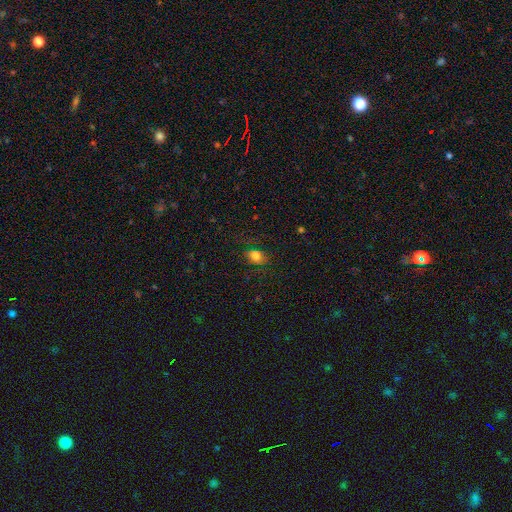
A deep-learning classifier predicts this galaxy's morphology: A smooth galaxy with no disk features (75%) that is in between round and cigar-shaped (63%). Merging: none (72%).